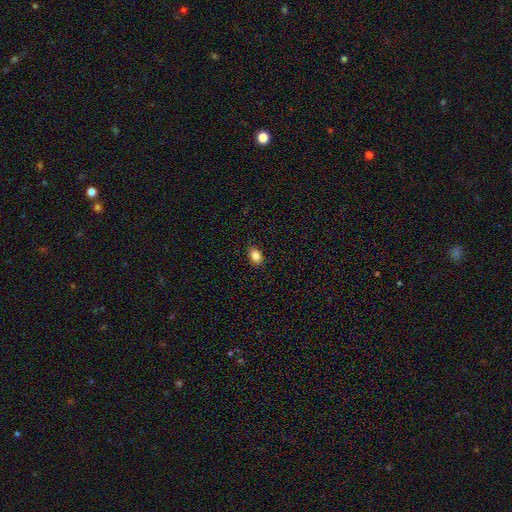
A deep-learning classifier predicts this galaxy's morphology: A smooth galaxy with no disk features (86%) that is in between round and cigar-shaped (79%).

Vote fractions:
- Smooth or featured? smooth: 86% / star or artifact: 10% / featured or disk: 5%
- How rounded? in between: 79% / round: 19% / cigar-shaped: 1%
- Merging? none: 89% / minor disturbance: 9% / major disturbance: 2% / merger: 1%